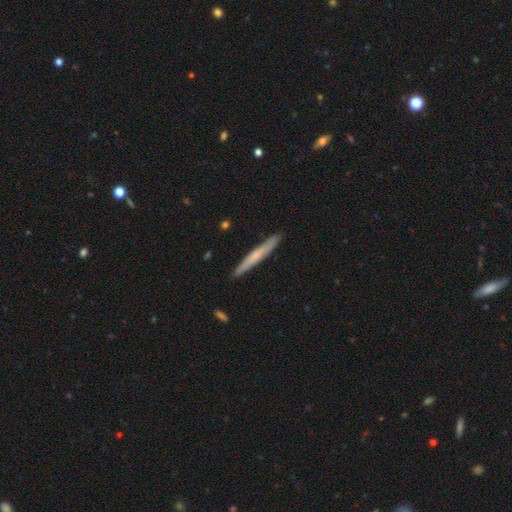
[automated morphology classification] Smooth or featured: smooth — 51% (featured or disk — 43%)
How rounded: cigar-shaped — 96% (in between — 2%)
Merging: none — 90% (minor disturbance — 8%)